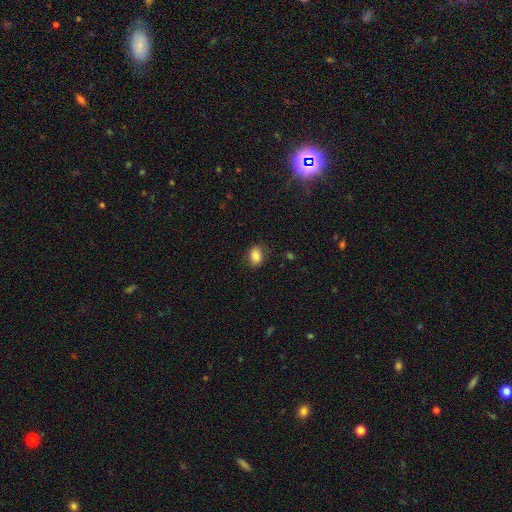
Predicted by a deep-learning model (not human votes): Smooth or featured: smooth — 86% (star or artifact — 9%)
How rounded: in between — 70% (round — 29%)
Merging: none — 81% (minor disturbance — 14%)